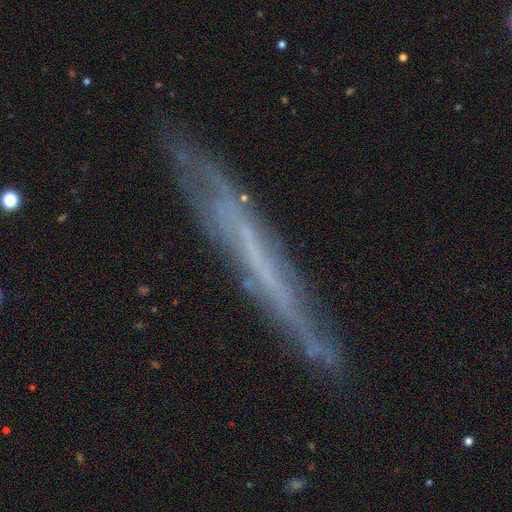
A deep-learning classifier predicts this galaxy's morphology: smooth_or_featured: featured or disk (p=0.68) [alt: smooth p=0.24]
disk_edge_on: yes (p=0.85) [alt: no p=0.15]
edge_on_bulge: none (p=0.88) [alt: rounded p=0.07]
merging: none (p=0.77) [alt: minor disturbance p=0.17]